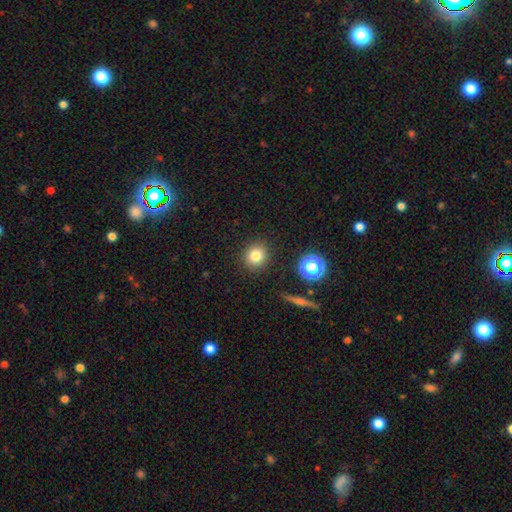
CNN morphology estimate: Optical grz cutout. It shows a smooth galaxy with no disk features (80%) that is round (84%). Merging: none (89%).